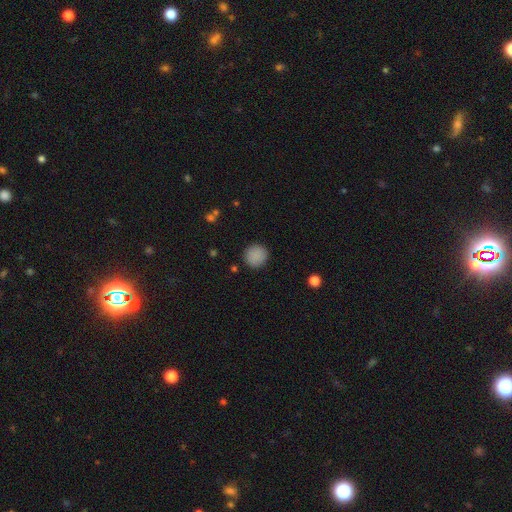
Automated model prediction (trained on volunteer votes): Morphology: type=smooth (87%); roundness=round (92%); merging=none (90%).